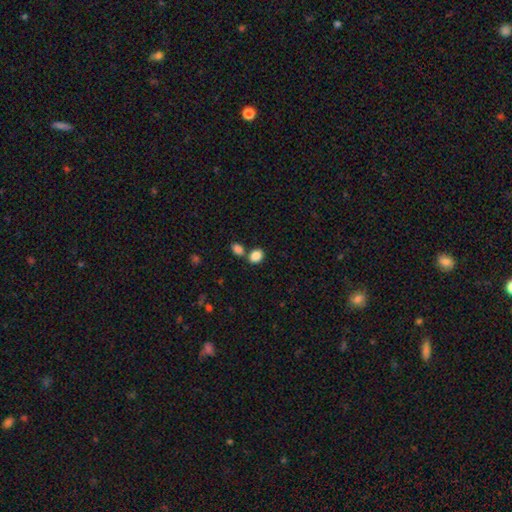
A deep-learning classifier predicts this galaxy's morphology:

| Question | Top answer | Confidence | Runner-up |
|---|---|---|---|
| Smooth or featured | smooth | 87% | star or artifact (9%) |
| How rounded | in between | 58% | round (41%) |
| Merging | none | 58% | merger (29%) |